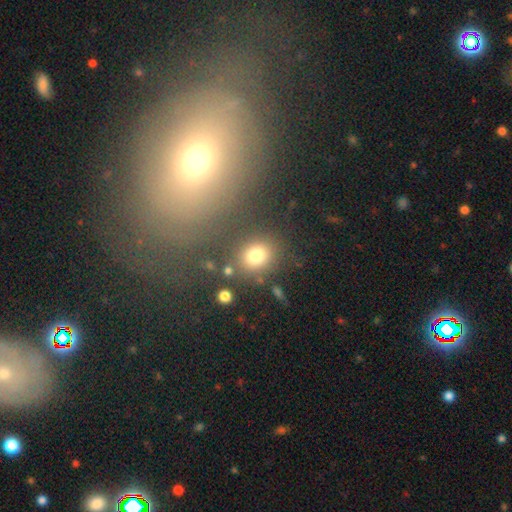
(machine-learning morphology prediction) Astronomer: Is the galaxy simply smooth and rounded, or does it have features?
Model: smooth — 76%.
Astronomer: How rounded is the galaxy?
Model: round — 68%.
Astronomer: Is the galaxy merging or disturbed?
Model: none — 75%.